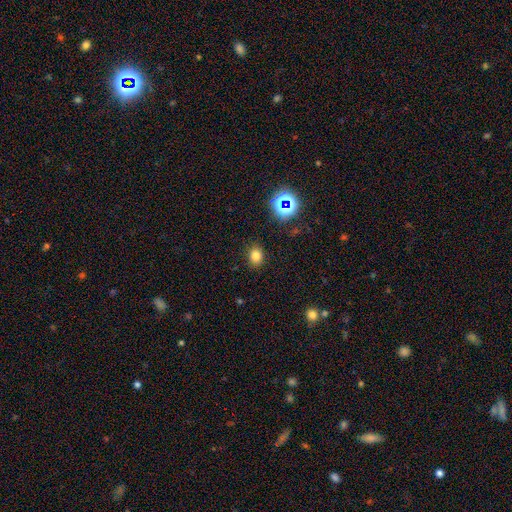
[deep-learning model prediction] smooth-or-featured: smooth: 77% | star or artifact: 17% | featured or disk: 6%
  how-rounded: in between: 52% | round: 47% | cigar-shaped: 1%
  merging: none: 87% | minor disturbance: 9% | major disturbance: 3% | merger: 1%